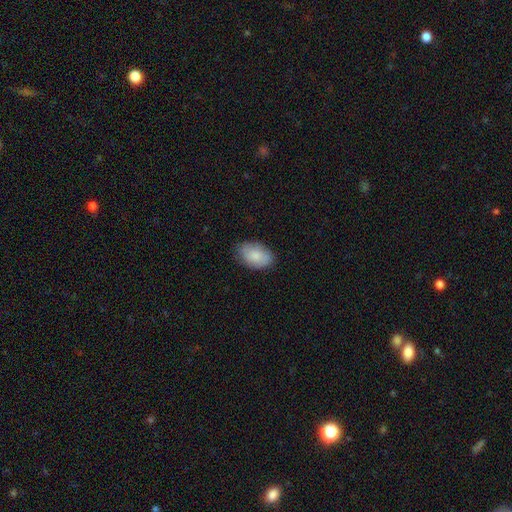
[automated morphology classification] Q: Smooth or featured?
A: smooth (81%); runner-up: featured or disk (13%)
Q: How rounded?
A: in between (90%); runner-up: round (9%)
Q: Merging?
A: none (78%); runner-up: minor disturbance (18%)